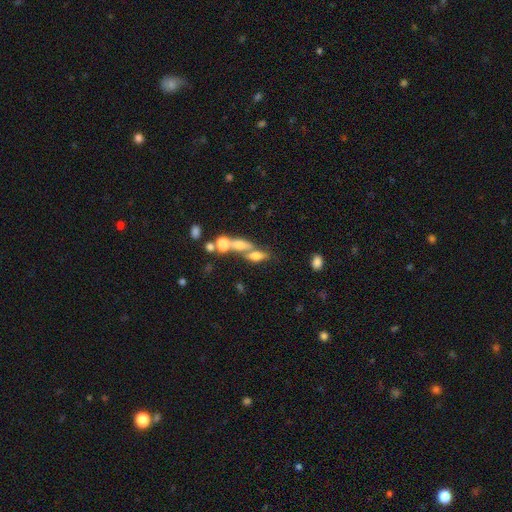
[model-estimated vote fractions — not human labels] smooth_or_featured: smooth (p=0.61) [alt: featured or disk p=0.25]
how_rounded: in between (p=0.64) [alt: cigar-shaped p=0.24]
merging: merger (p=0.53) [alt: none p=0.29]